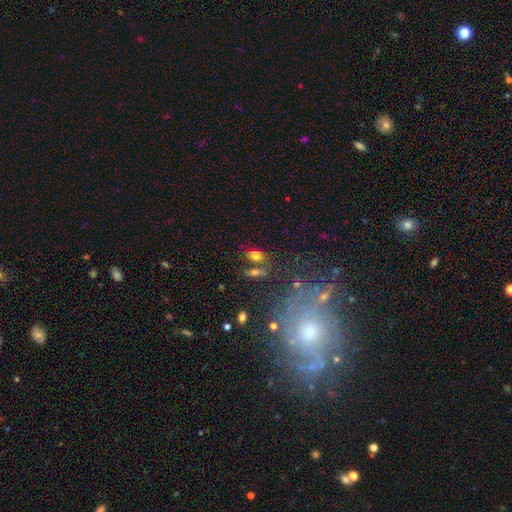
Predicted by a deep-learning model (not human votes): The model was most divided on "merging": none: 61%, merger: 20%, minor disturbance: 13%, major disturbance: 5%. More confident: how rounded — in between (84%); smooth or featured — smooth (73%).